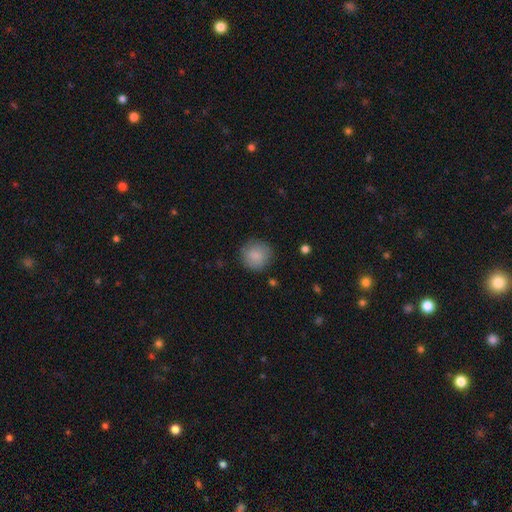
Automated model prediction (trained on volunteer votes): Smooth or featured? smooth (86%)
How rounded? round (92%)
Merging? none (83%)